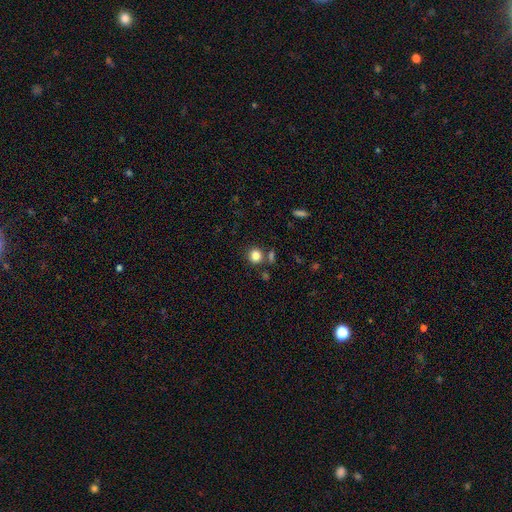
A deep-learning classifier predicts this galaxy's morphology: Q: Smooth or featured?
A: smooth (83%); runner-up: star or artifact (12%)
Q: How rounded?
A: round (87%); runner-up: in between (12%)
Q: Merging?
A: none (78%); runner-up: merger (10%)